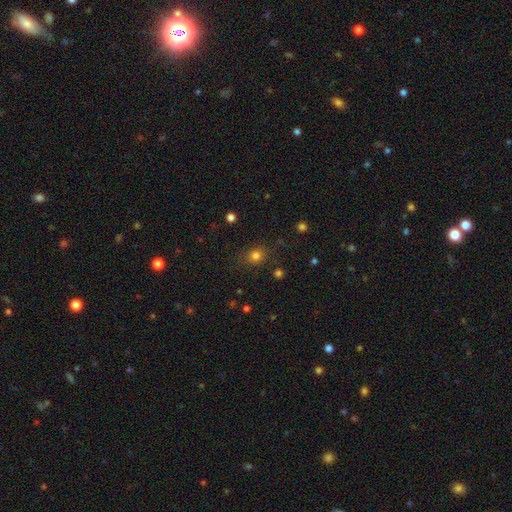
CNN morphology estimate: smooth-or-featured: smooth: 79% | star or artifact: 15% | featured or disk: 6%
  how-rounded: round: 72% | in between: 27% | cigar-shaped: 1%
  merging: none: 80% | minor disturbance: 13% | major disturbance: 5% | merger: 2%